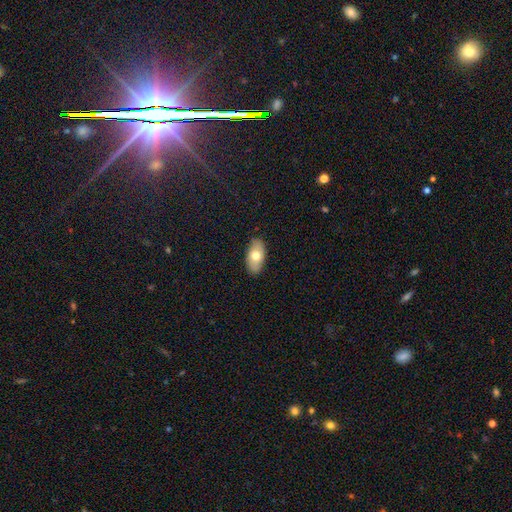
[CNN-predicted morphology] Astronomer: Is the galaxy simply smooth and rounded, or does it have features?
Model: smooth — 69%.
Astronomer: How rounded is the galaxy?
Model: in between — 93%.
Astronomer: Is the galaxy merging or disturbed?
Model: none — 86%.